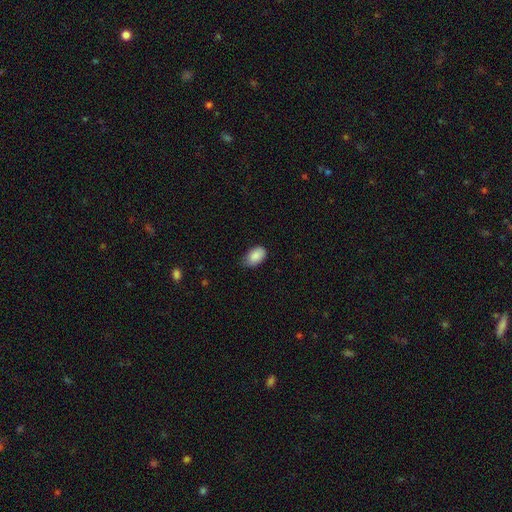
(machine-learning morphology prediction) smooth_or_featured: smooth (p=0.88) [alt: star or artifact p=0.07]
how_rounded: in between (p=0.92) [alt: round p=0.07]
merging: none (p=0.72) [alt: minor disturbance p=0.24]